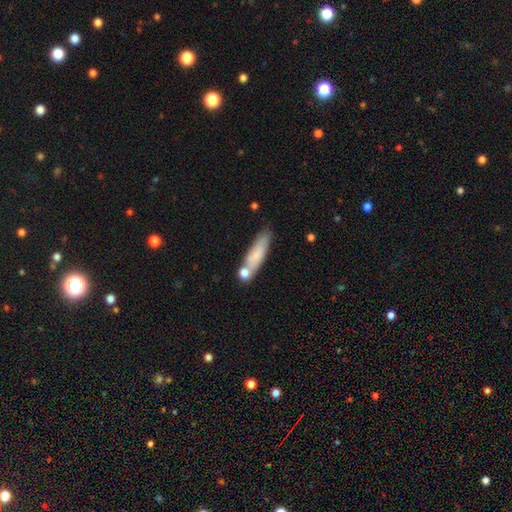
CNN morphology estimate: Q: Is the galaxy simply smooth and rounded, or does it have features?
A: smooth — 73%.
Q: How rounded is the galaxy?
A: cigar-shaped — 67%.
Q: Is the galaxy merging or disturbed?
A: none — 61%.